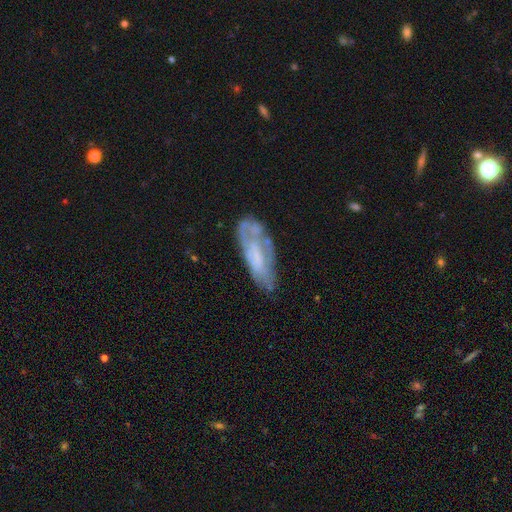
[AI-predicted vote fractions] A featured or disk galaxy (55%). Merging: none (54%).